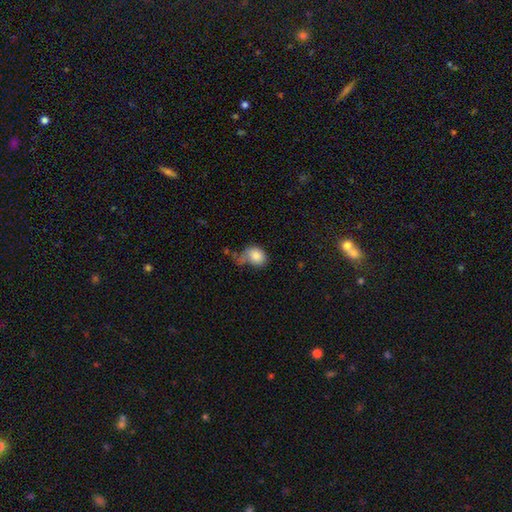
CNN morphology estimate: smooth-or-featured: smooth: 83% | featured or disk: 9% | star or artifact: 8%
  how-rounded: in between: 61% | round: 38% | cigar-shaped: 1%
  merging: none: 33% | minor disturbance: 31% | major disturbance: 24% | merger: 12%